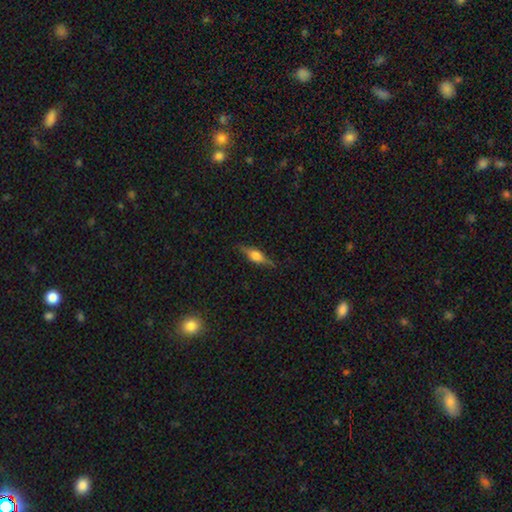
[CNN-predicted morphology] Smooth or featured?
  - featured or disk: 61% *
  - smooth: 32%
  - star or artifact: 7%
Edge-on disk?
  - yes: 96% *
  - no: 4%
Edge-on bulge?
  - rounded: 90% *
  - boxy: 8%
  - none: 2%
Merging?
  - none: 85% *
  - minor disturbance: 12%
  - major disturbance: 3%
  - merger: 1%